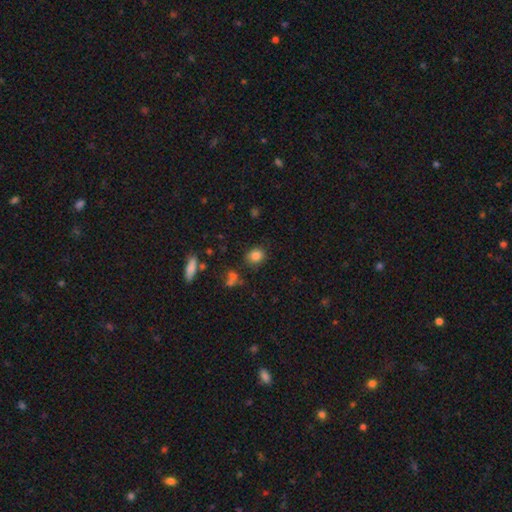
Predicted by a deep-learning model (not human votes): This is clearly a smooth galaxy (84%). How rounded: likely round (66%). Merging: clearly none (82%).